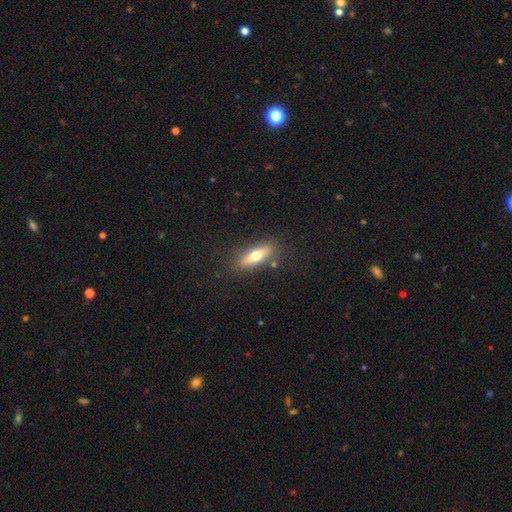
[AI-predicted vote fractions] Smooth or featured? smooth (60%)
How rounded? in between (49%)
Merging? none (84%)